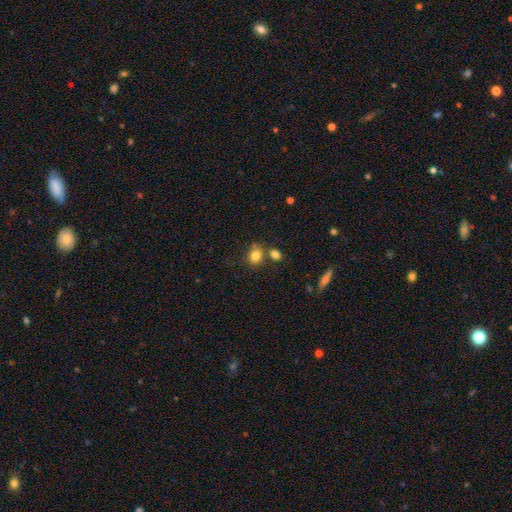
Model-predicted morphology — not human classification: smooth_or_featured: smooth (p=0.82) [alt: star or artifact p=0.11]
how_rounded: round (p=0.52) [alt: in between p=0.47]
merging: none (p=0.62) [alt: merger p=0.21]